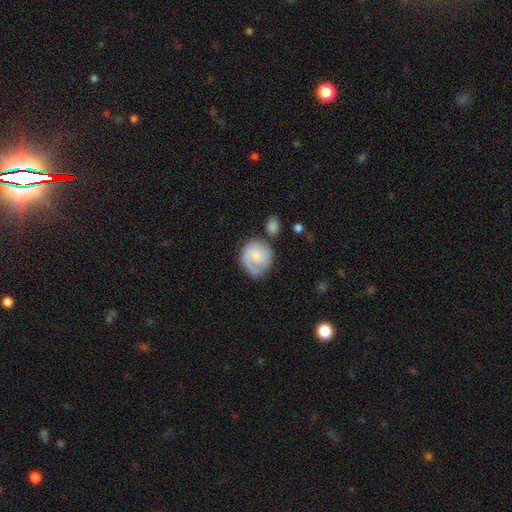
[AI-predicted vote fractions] Overall: smooth (54%; featured or disk 40%). How rounded: round (80%). Merging: none (57%; minor disturbance 22%).